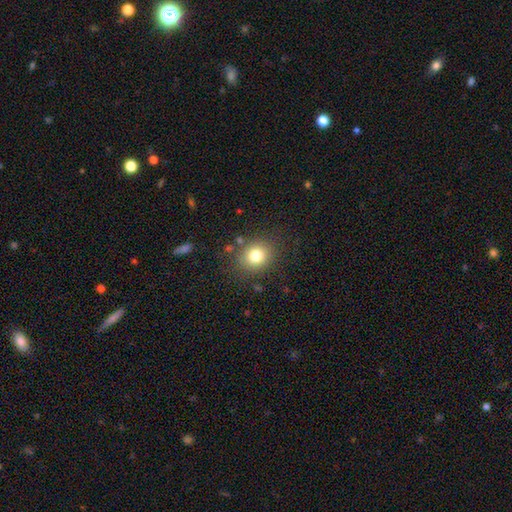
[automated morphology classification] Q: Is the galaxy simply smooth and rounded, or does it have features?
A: smooth — 78%.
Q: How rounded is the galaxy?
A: round — 77%.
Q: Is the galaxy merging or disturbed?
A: none — 83%.